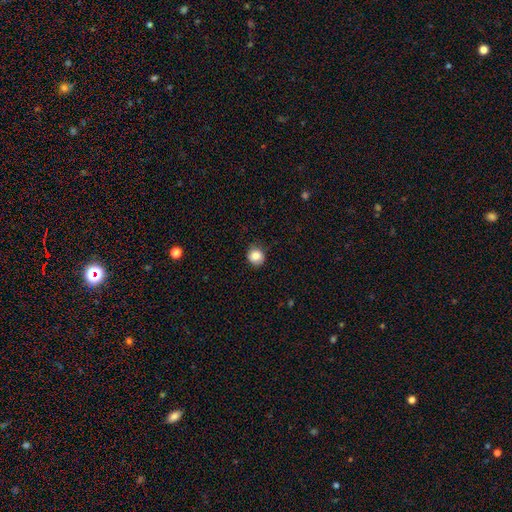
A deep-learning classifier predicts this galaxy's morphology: This appears to be a smooth galaxy with no disk features (83%) that is round (85%). Merging: none (83%).